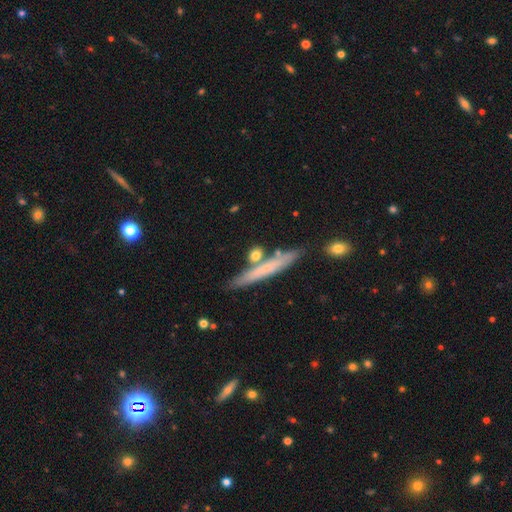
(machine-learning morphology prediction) A smooth galaxy with no disk features (66%) that is cigar-shaped (61%). Merging: none (70%).